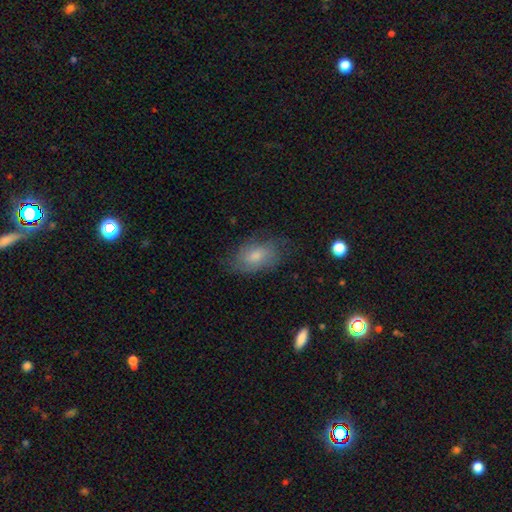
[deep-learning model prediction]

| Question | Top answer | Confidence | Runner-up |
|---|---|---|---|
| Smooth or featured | smooth | 59% | featured or disk (33%) |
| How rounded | in between | 89% | round (9%) |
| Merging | none | 65% | minor disturbance (23%) |